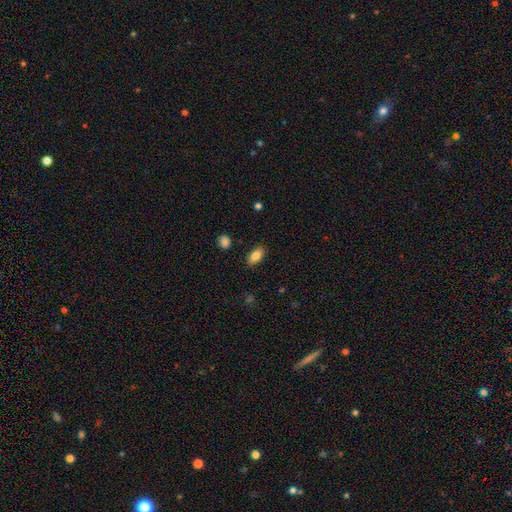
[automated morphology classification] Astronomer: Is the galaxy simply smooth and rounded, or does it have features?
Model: smooth — 85%.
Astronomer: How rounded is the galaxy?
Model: in between — 91%.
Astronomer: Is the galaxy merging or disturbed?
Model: none — 86%.